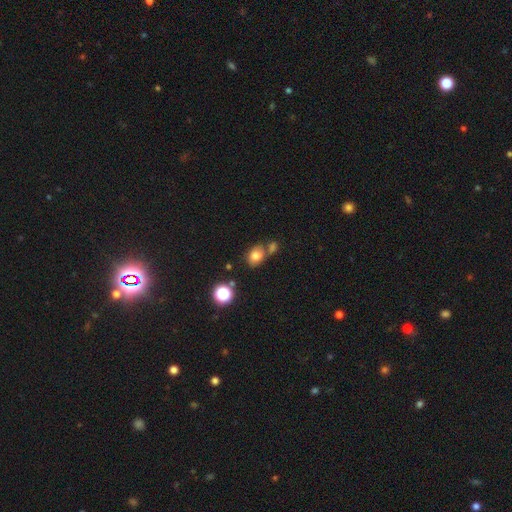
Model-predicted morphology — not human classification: Smooth or featured? Predicted: smooth (p=0.74). How rounded? Predicted: in between (p=0.64). Merging? Predicted: none (p=0.51).